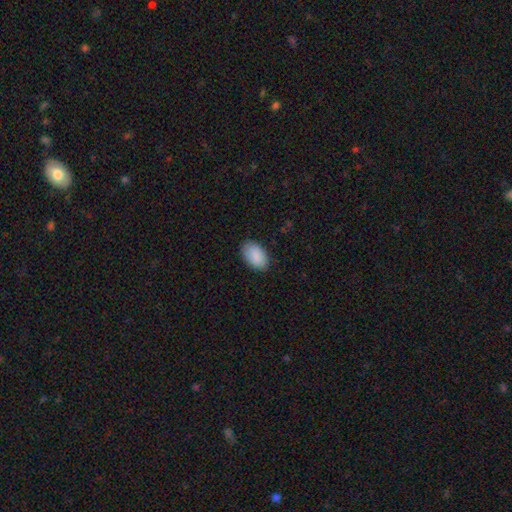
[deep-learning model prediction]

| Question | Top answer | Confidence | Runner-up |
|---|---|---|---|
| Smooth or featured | smooth | 90% | star or artifact (6%) |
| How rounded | in between | 94% | round (5%) |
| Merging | none | 86% | minor disturbance (10%) |